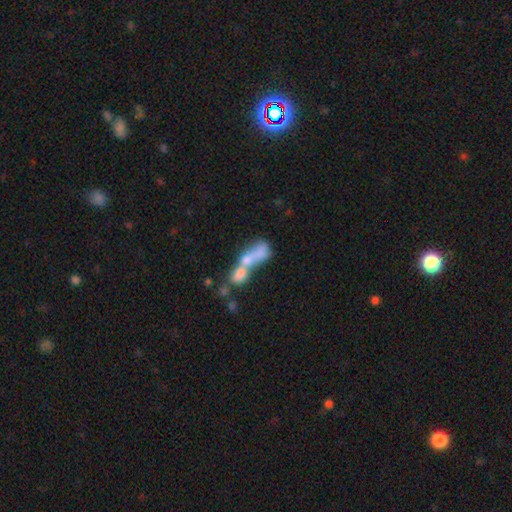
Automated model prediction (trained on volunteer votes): A smooth galaxy with no disk features (38%).

Vote fractions:
- Smooth or featured? smooth: 38% / featured or disk: 36% / star or artifact: 26%
- Merging? merger: 59% / none: 23% / major disturbance: 10% / minor disturbance: 8%